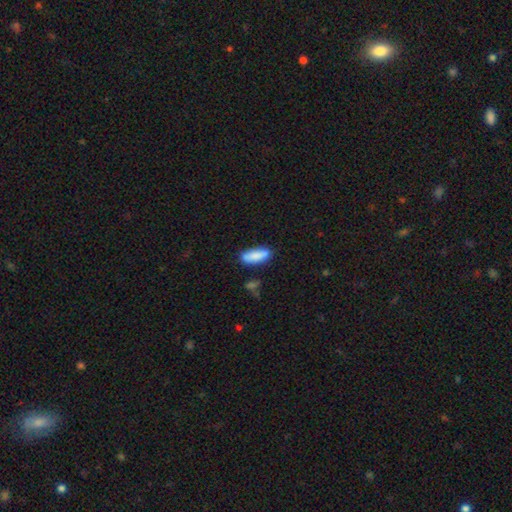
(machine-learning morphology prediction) This is clearly a smooth galaxy (85%). How rounded: likely in between (61%). Merging: likely none (75%).